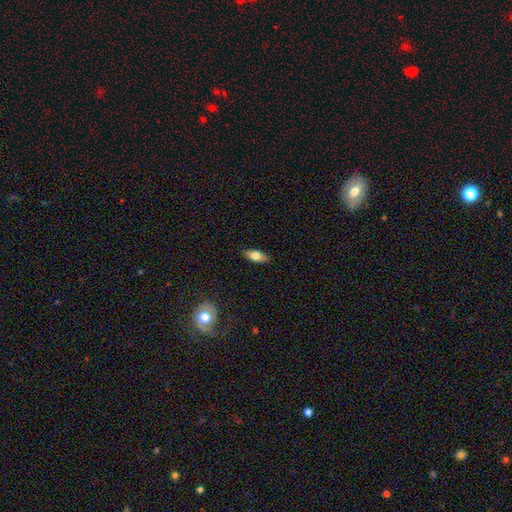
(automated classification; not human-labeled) Morphology: type=smooth (68%); roundness=in between (78%); merging=none (88%).